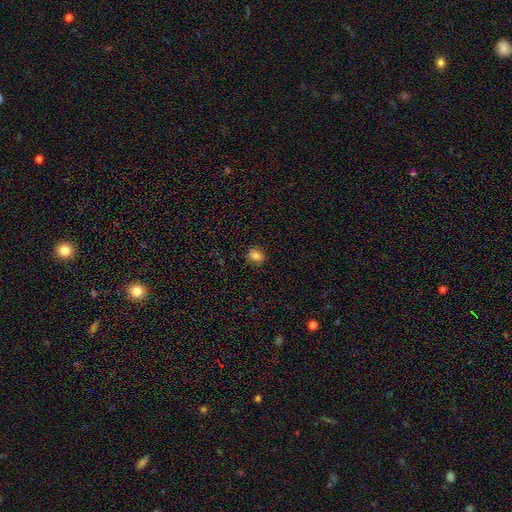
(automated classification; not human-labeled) Smooth or featured? smooth (83%)
How rounded? round (56%)
Merging? none (85%)